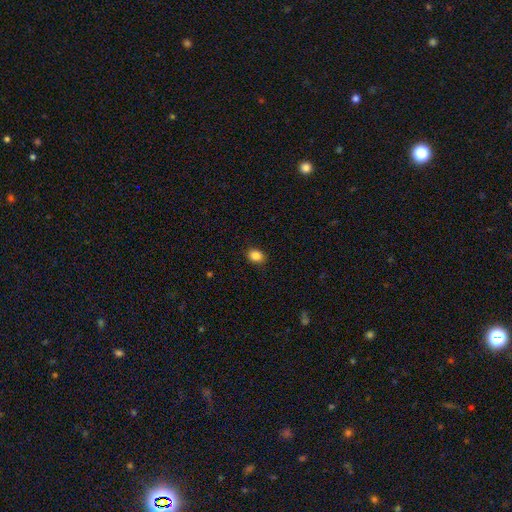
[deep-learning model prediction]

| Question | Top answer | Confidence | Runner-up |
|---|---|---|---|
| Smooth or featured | smooth | 86% | star or artifact (10%) |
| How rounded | in between | 55% | round (44%) |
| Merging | none | 87% | minor disturbance (9%) |